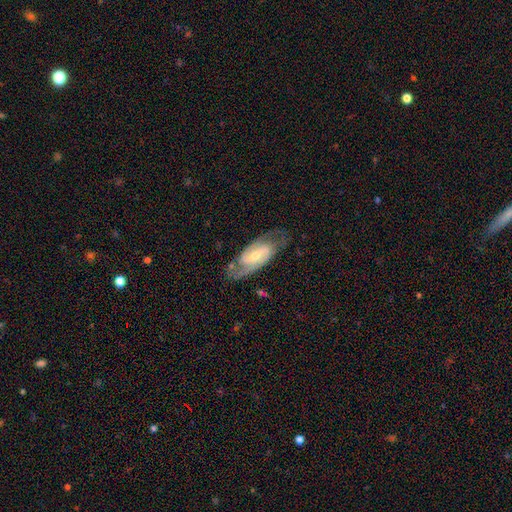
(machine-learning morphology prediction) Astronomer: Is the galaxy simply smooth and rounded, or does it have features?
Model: featured or disk — 85%.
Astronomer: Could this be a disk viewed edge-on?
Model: no — 94%.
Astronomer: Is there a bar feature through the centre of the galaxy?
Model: weak — 47% (runner-up: strong, 29%).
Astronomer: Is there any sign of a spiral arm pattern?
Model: yes — 96%.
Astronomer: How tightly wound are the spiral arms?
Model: medium — 51% (runner-up: tight, 32%).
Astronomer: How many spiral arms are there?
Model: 2 — 86%.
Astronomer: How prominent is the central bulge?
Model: small — 50% (runner-up: moderate, 45%).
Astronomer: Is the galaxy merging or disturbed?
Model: none — 71%.